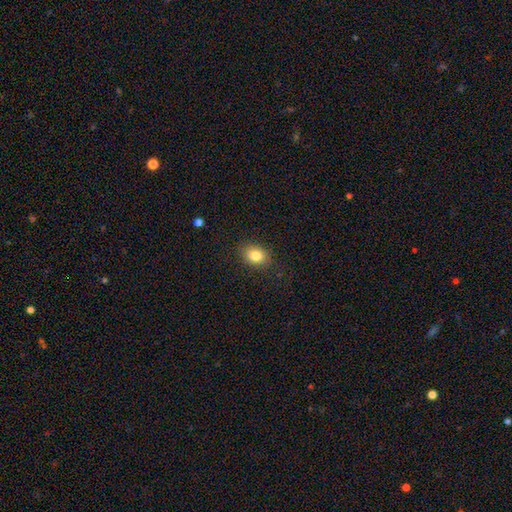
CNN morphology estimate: This appears to be a smooth galaxy with no disk features (83%) that is in between round and cigar-shaped (67%). Merging: none (86%).